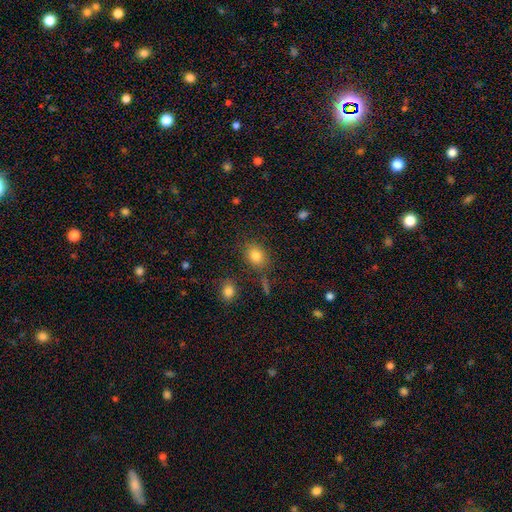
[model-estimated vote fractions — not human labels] Smooth or featured: smooth — 83% (star or artifact — 10%)
How rounded: in between — 59% (round — 40%)
Merging: none — 78% (minor disturbance — 12%)